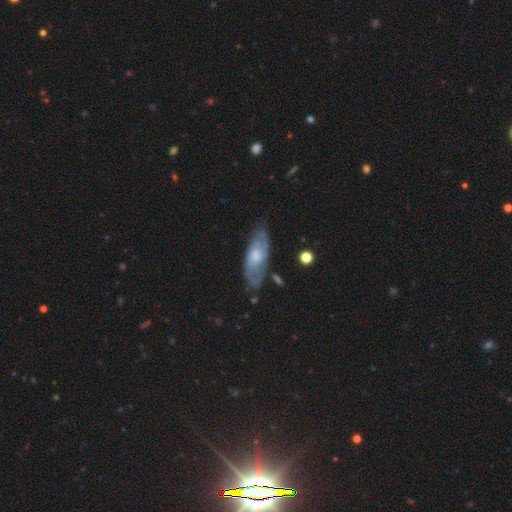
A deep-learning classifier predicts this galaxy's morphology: This is possibly a featured or disk galaxy (55%). It is likely not viewed edge-on (74%). Merging: likely none (73%).